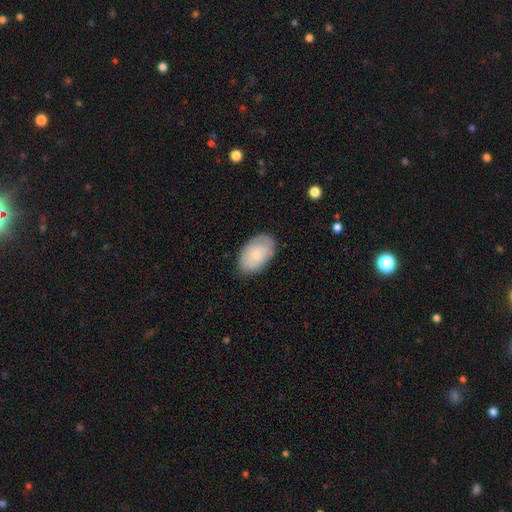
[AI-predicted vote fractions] This is likely a smooth galaxy (70%). How rounded: clearly in between (92%). Merging: clearly none (82%).